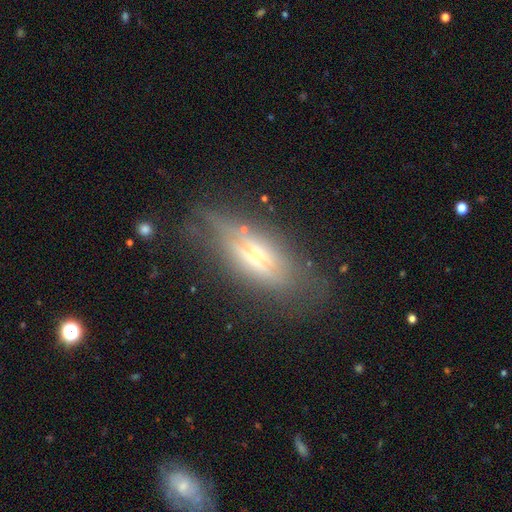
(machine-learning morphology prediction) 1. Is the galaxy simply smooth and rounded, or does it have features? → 71% featured or disk, 20% smooth, 9% star or artifact.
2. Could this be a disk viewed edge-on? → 88% yes, 12% no.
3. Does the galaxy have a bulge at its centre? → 75% rounded, 15% boxy, 10% none.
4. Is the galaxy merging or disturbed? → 67% none, 20% minor disturbance, 11% major disturbance, 2% merger.